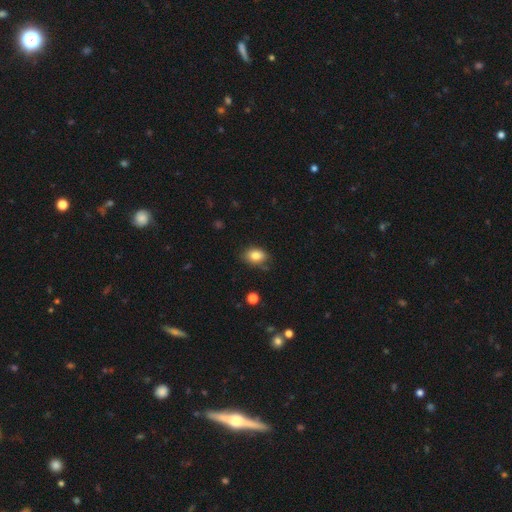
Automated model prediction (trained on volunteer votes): Overall: smooth (82%). How rounded: in between (74%). Merging: none (73%).